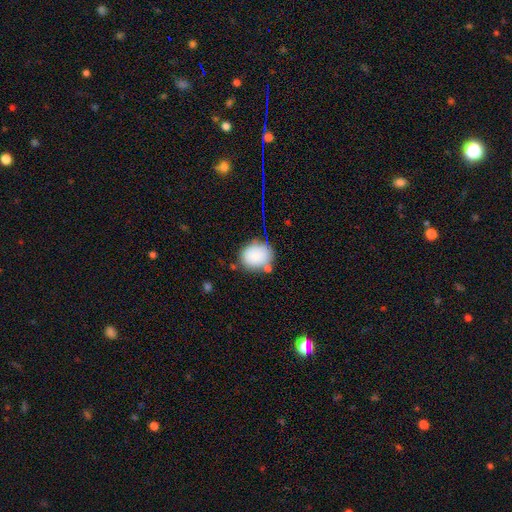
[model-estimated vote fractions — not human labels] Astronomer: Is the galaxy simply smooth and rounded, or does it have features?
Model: smooth — 82%.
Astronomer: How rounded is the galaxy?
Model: round — 62%.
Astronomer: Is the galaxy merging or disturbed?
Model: none — 68%.